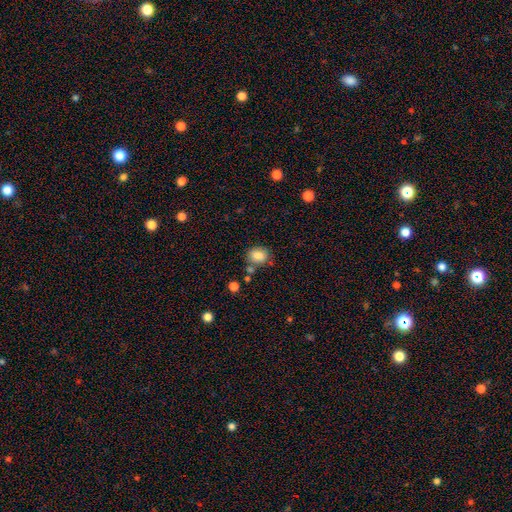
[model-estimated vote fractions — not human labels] smooth 84%, star or artifact 9%, featured or disk 7%. Down the decision tree: how rounded — in between (50%); merging — none (69%).